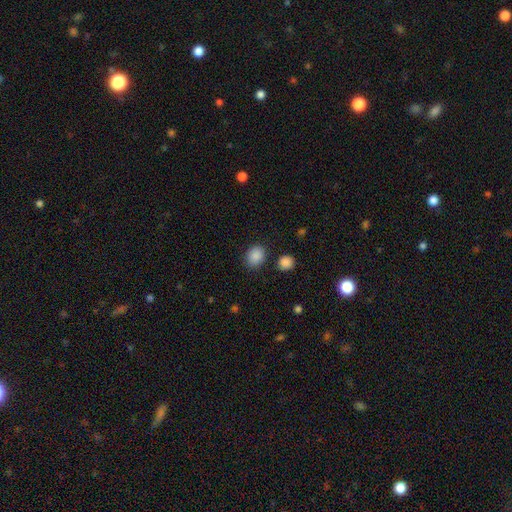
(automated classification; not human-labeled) smooth-or-featured: smooth: 88% | star or artifact: 9% | featured or disk: 3%
  how-rounded: round: 51% | in between: 48% | cigar-shaped: 1%
  merging: none: 83% | minor disturbance: 10% | merger: 4% | major disturbance: 3%